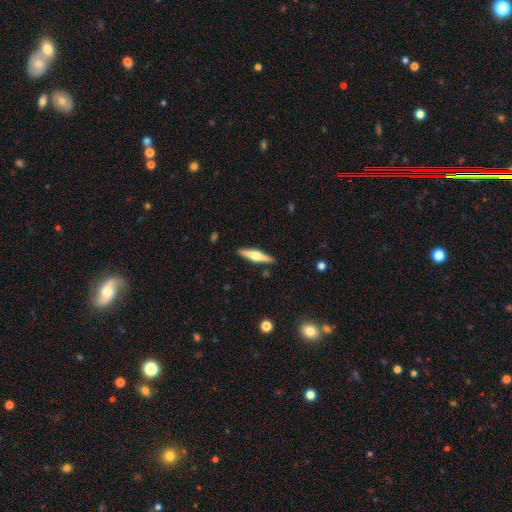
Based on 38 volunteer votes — A featured or disk galaxy (76%) viewed edge-on (93%) with a rounded central bulge (93%).

Vote fractions:
- Smooth or featured? featured or disk: 76% / smooth: 16% / star or artifact: 8%
- Edge-on disk? yes: 93% / no: 7%
- Edge-on bulge? rounded: 93% / boxy: 4% / none: 4%
- Merging? none: 86% / minor disturbance: 11% / major disturbance: 3% / merger: 0%